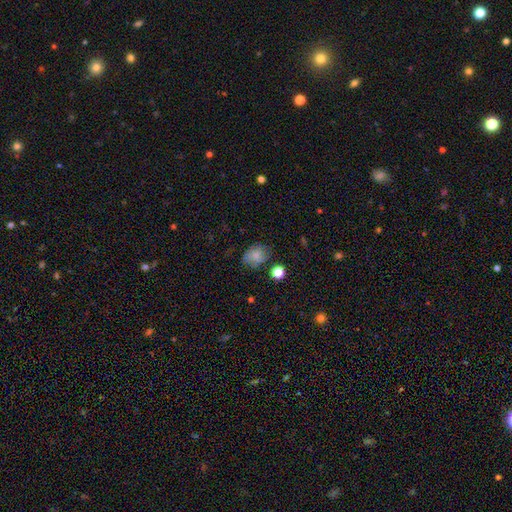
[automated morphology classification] This appears to be a smooth galaxy with no disk features (73%) that is in between round and cigar-shaped (60%). Merging: none (61%).